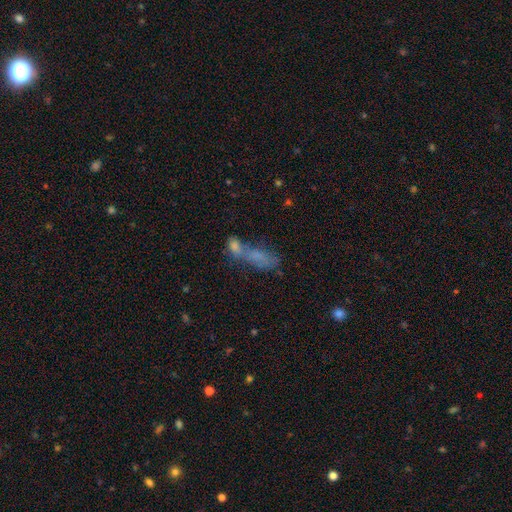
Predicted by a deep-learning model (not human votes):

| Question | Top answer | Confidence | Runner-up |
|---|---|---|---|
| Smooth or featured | smooth | 60% | featured or disk (23%) |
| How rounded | in between | 65% | cigar-shaped (28%) |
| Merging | merger | 63% | none (20%) |